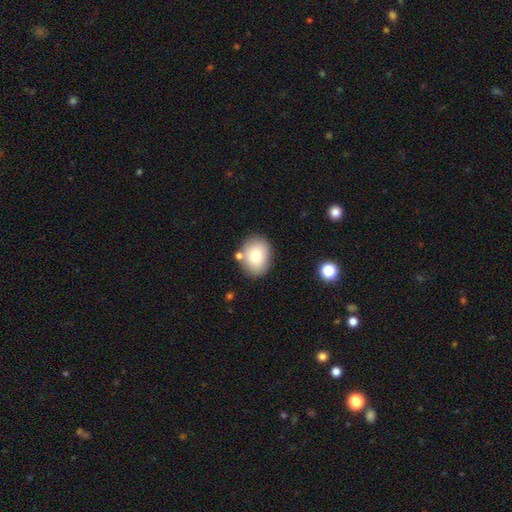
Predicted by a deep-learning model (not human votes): Smooth or featured? smooth (78%)
How rounded? in between (52%)
Merging? none (77%)